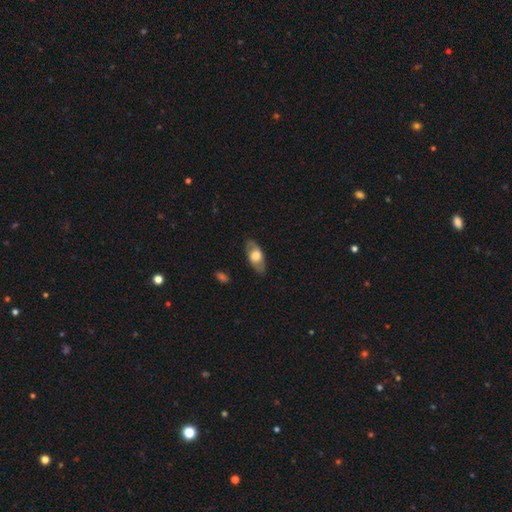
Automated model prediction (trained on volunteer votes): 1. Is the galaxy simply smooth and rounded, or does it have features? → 52% smooth, 42% featured or disk, 6% star or artifact.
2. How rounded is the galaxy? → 86% in between, 8% cigar-shaped, 6% round.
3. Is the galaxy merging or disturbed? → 81% none, 15% minor disturbance, 4% major disturbance, 1% merger.